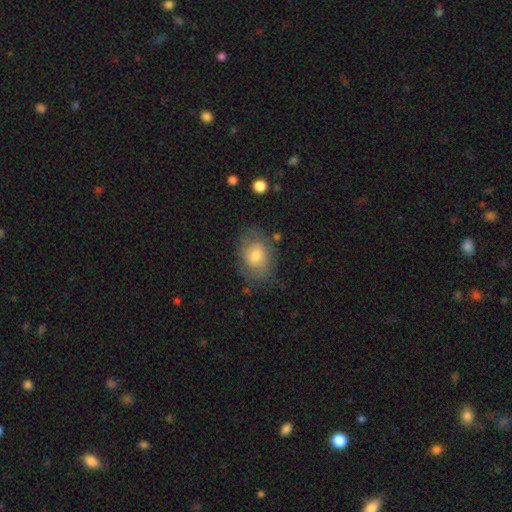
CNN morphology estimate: smooth 65%, featured or disk 27%, star or artifact 8%. Down the decision tree: how rounded — in between (71%); merging — none (70%).